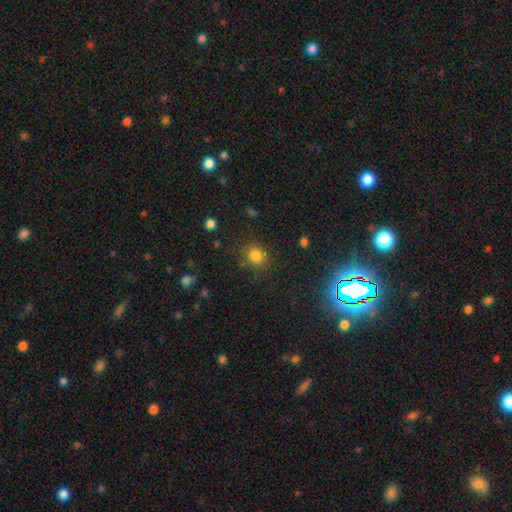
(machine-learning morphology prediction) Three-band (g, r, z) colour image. It shows a smooth galaxy with no disk features (81%) that is round (83%). Merging: none (81%).